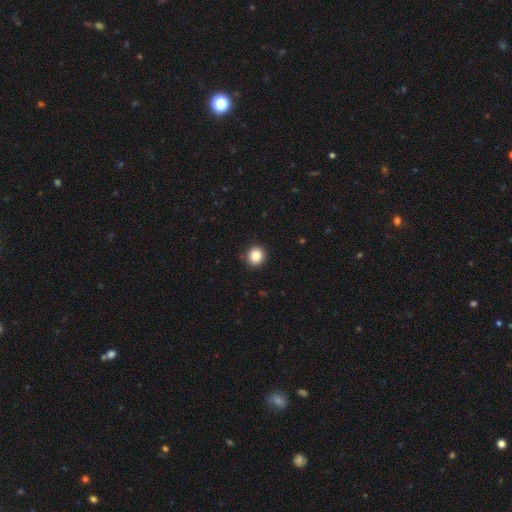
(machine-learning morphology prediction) Smooth or featured?
  - smooth: 85% *
  - star or artifact: 10%
  - featured or disk: 5%
How rounded?
  - round: 90% *
  - in between: 9%
  - cigar-shaped: 1%
Merging?
  - none: 91% *
  - minor disturbance: 6%
  - major disturbance: 2%
  - merger: 1%